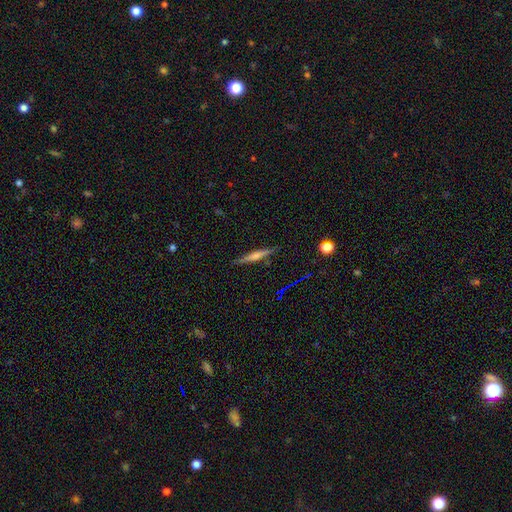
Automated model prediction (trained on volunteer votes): This is likely a featured or disk galaxy (61%). It is clearly viewed edge-on (97%). Edge-on bulge: possibly rounded (56%). Merging: clearly none (88%).